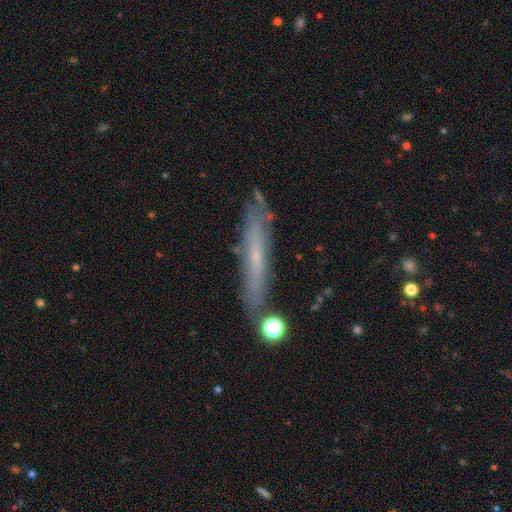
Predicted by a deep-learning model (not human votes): Smooth or featured?
  - featured or disk: 57% *
  - smooth: 34%
  - star or artifact: 9%
Edge-on disk?
  - yes: 75% *
  - no: 25%
Merging?
  - none: 79% *
  - minor disturbance: 14%
  - major disturbance: 3%
  - merger: 3%